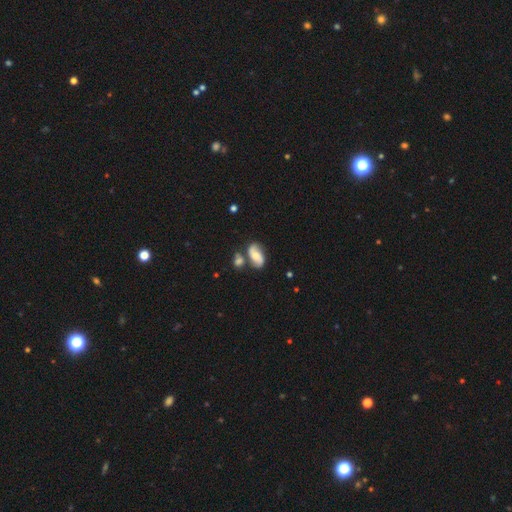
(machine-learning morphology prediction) A featured or disk galaxy (59%) with no bar (56%), spiral arms (89%) and a moderate central bulge (52%). Merging: none (55%).